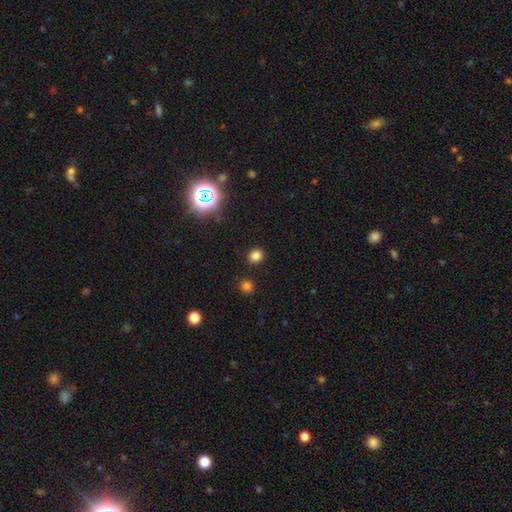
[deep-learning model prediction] Q: Smooth or featured?
A: smooth (79%); runner-up: star or artifact (17%)
Q: How rounded?
A: round (79%); runner-up: in between (20%)
Q: Merging?
A: none (89%); runner-up: minor disturbance (6%)